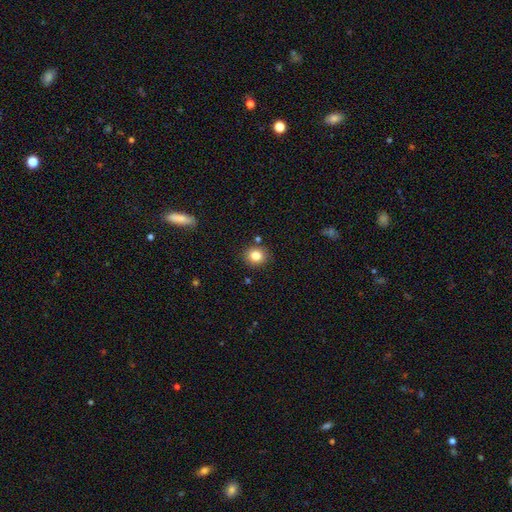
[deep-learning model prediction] Smooth or featured?
  - smooth: 83% *
  - star or artifact: 11%
  - featured or disk: 6%
How rounded?
  - round: 78% *
  - in between: 21%
  - cigar-shaped: 1%
Merging?
  - none: 86% *
  - minor disturbance: 9%
  - merger: 3%
  - major disturbance: 2%